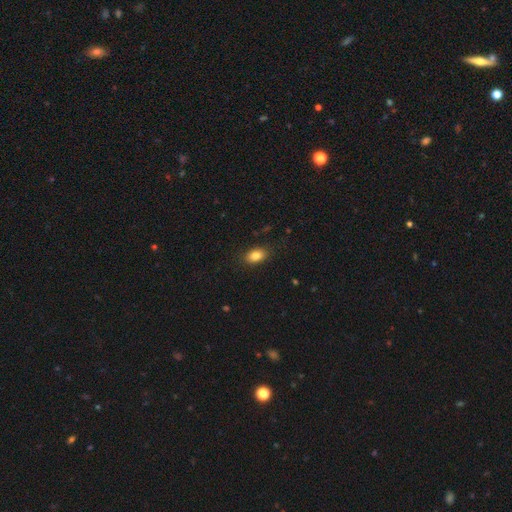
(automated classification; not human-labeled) This appears to be a smooth galaxy with no disk features (83%) that is in between round and cigar-shaped (86%). Merging: none (86%).